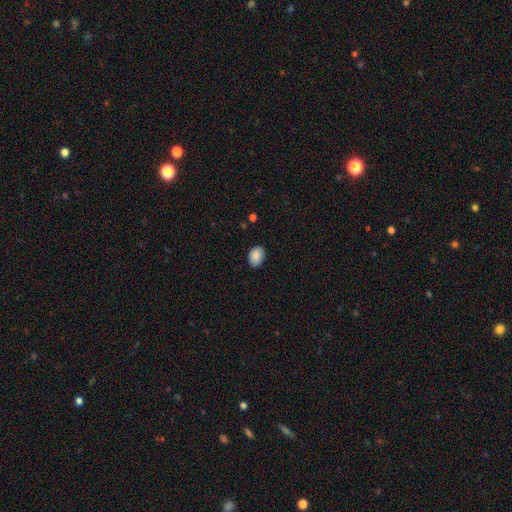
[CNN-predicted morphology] smooth_or_featured: smooth (p=0.89) [alt: star or artifact p=0.07]
how_rounded: in between (p=0.82) [alt: round p=0.17]
merging: none (p=0.86) [alt: minor disturbance p=0.11]